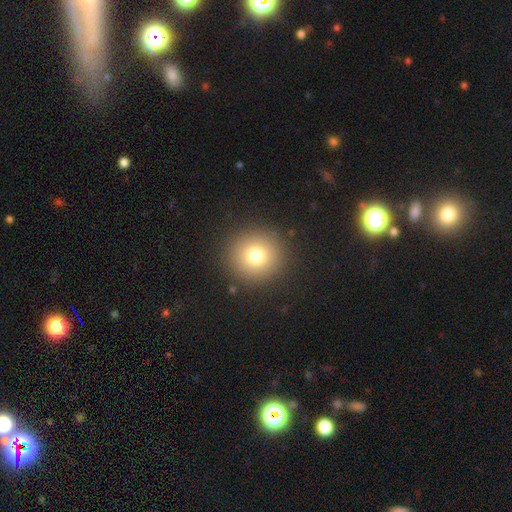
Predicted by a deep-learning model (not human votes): Smooth or featured? Predicted: smooth (p=0.77). How rounded? Predicted: round (p=0.95). Merging? Predicted: none (p=0.90).